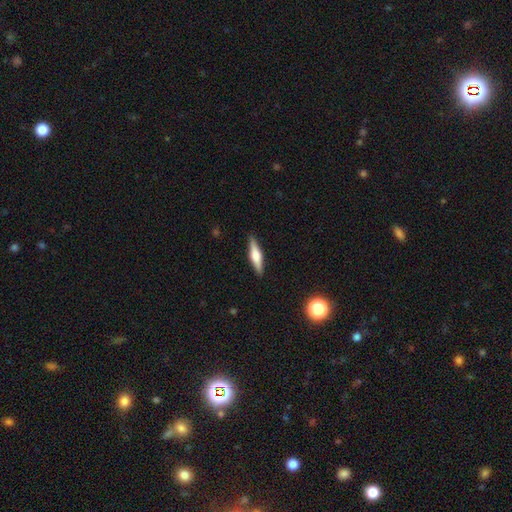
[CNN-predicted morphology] This appears to be a featured or disk galaxy (50%). Merging: none (90%).